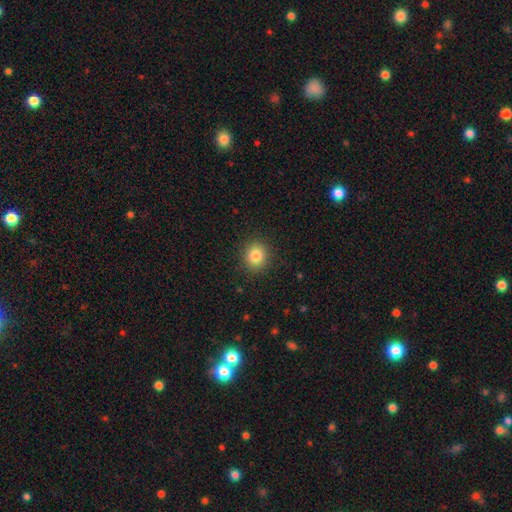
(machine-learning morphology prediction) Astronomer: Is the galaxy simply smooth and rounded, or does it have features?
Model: smooth — 84%.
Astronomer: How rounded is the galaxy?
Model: round — 82%.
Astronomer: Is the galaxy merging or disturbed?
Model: none — 90%.